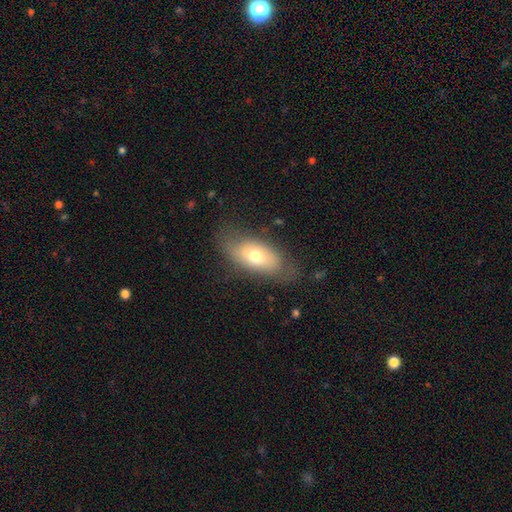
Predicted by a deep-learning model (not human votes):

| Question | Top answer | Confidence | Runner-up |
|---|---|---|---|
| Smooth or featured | smooth | 62% | featured or disk (31%) |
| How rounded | in between | 87% | cigar-shaped (8%) |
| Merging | none | 67% | minor disturbance (23%) |